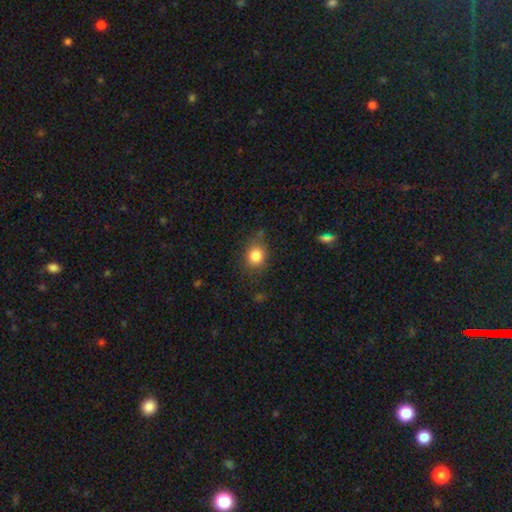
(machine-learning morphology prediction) A smooth galaxy with no disk features (84%) that is round (63%). Merging: none (74%).